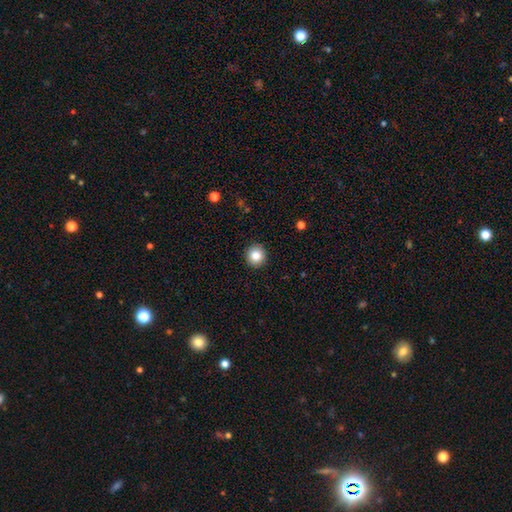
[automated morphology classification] A smooth galaxy with no disk features (84%) that is round (94%). Merging: none (92%).